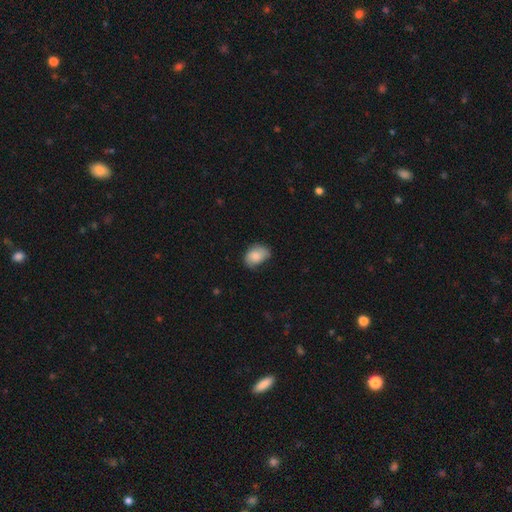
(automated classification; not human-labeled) A smooth galaxy with no disk features (81%) that is in between round and cigar-shaped (77%). Merging: none (53%).